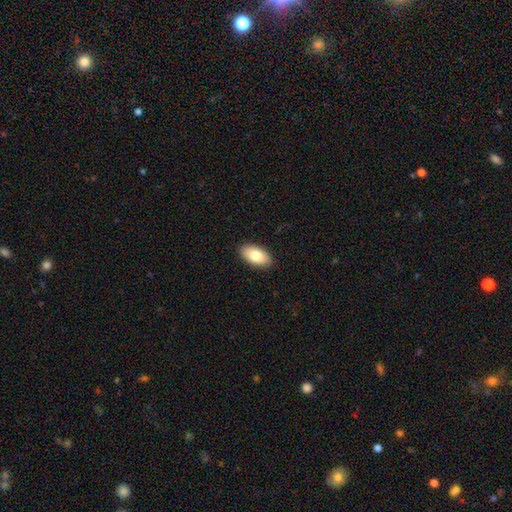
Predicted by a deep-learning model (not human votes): This is clearly a smooth galaxy (80%). How rounded: clearly in between (95%). Merging: clearly none (90%).